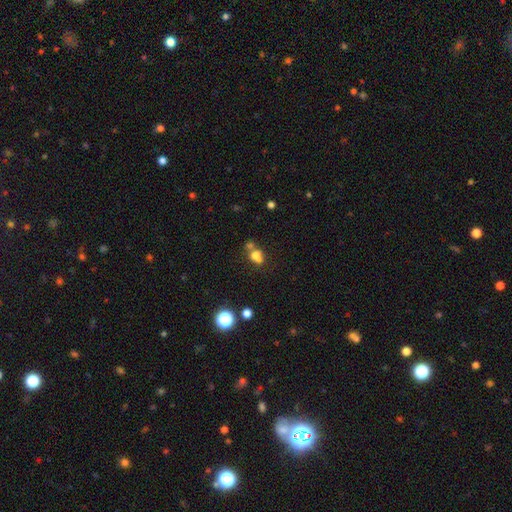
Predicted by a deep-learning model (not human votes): The model was most divided on "merging": merger: 48%, none: 35%, minor disturbance: 10%, major disturbance: 6%. More confident: smooth or featured — smooth (68%); how rounded — round (60%).